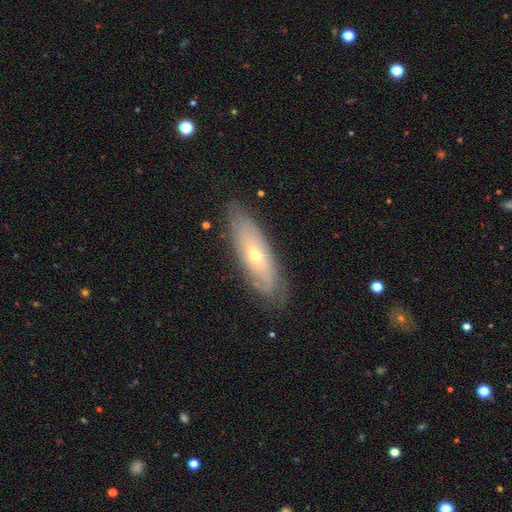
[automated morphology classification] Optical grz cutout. It shows a featured or disk galaxy (63%). Merging: none (79%).